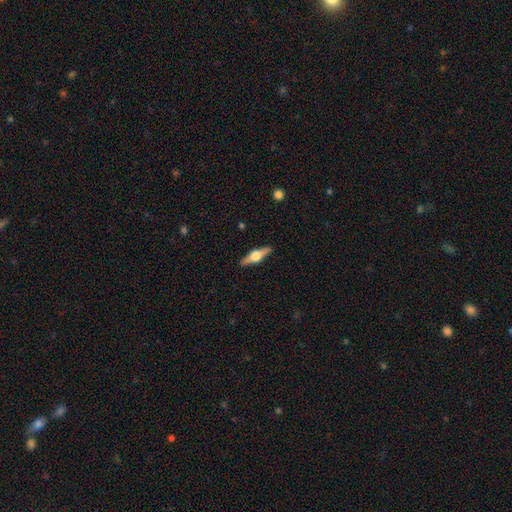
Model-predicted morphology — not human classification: smooth-or-featured: featured or disk: 73% | smooth: 21% | star or artifact: 6%
  disk-edge-on: yes: 97% | no: 3%
    edge-on-bulge: rounded: 94% | boxy: 4% | none: 1%
  merging: none: 90% | minor disturbance: 7% | major disturbance: 2% | merger: 1%